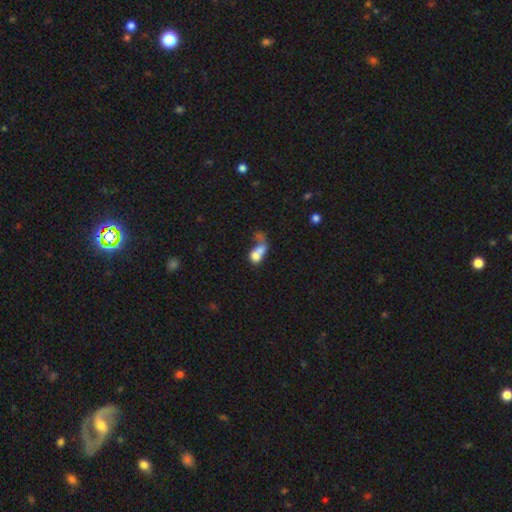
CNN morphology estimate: Smooth or featured?
  - smooth: 64% *
  - featured or disk: 25%
  - star or artifact: 12%
How rounded?
  - in between: 56% *
  - round: 40%
  - cigar-shaped: 4%
Merging?
  - merger: 65% *
  - major disturbance: 15%
  - none: 13%
  - minor disturbance: 7%